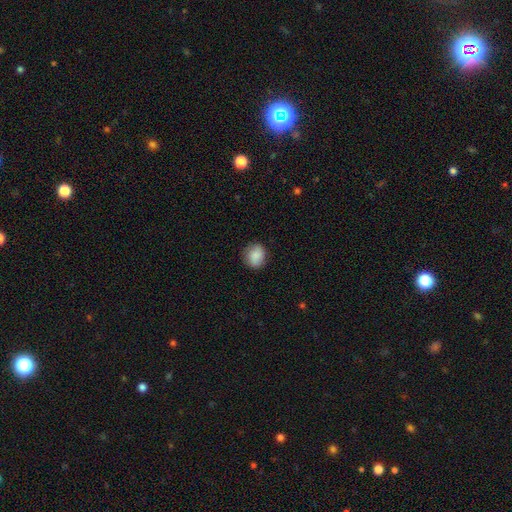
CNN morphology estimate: Smooth or featured: smooth — 87% (star or artifact — 7%)
How rounded: round — 67% (in between — 32%)
Merging: none — 84% (minor disturbance — 12%)